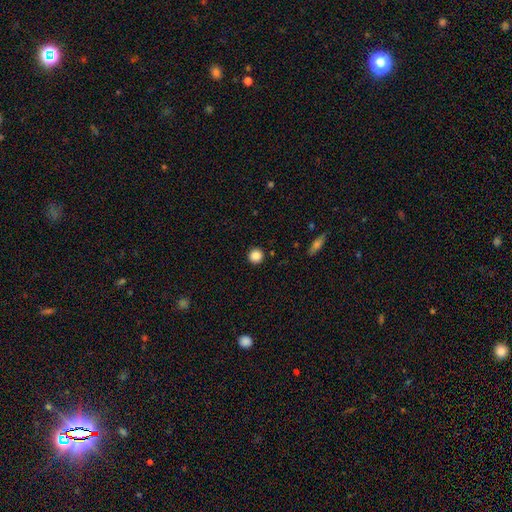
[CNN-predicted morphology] Smooth or featured?
  - smooth: 87% *
  - star or artifact: 10%
  - featured or disk: 3%
How rounded?
  - round: 95% *
  - in between: 4%
  - cigar-shaped: 1%
Merging?
  - none: 91% *
  - minor disturbance: 5%
  - major disturbance: 2%
  - merger: 1%